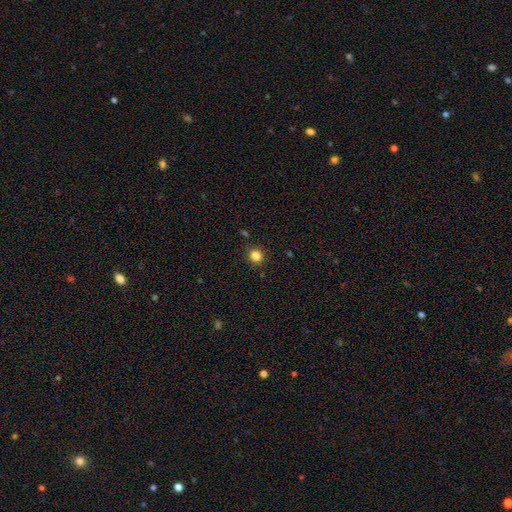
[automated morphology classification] Q: Smooth or featured?
A: smooth (83%); runner-up: star or artifact (12%)
Q: How rounded?
A: round (82%); runner-up: in between (17%)
Q: Merging?
A: none (88%); runner-up: minor disturbance (8%)